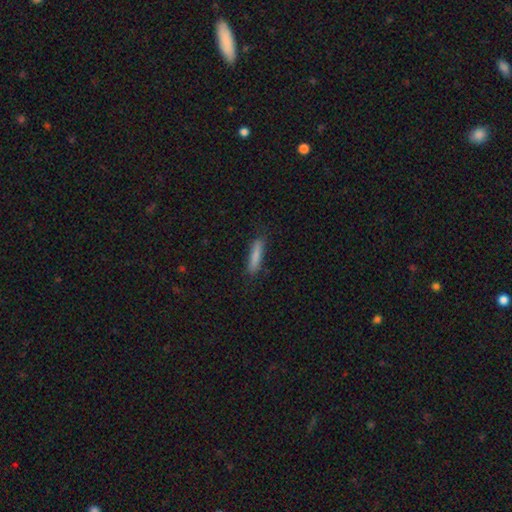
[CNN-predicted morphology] smooth 82%, featured or disk 12%, star or artifact 6%. Down the decision tree: how rounded — cigar-shaped (86%); merging — none (83%).